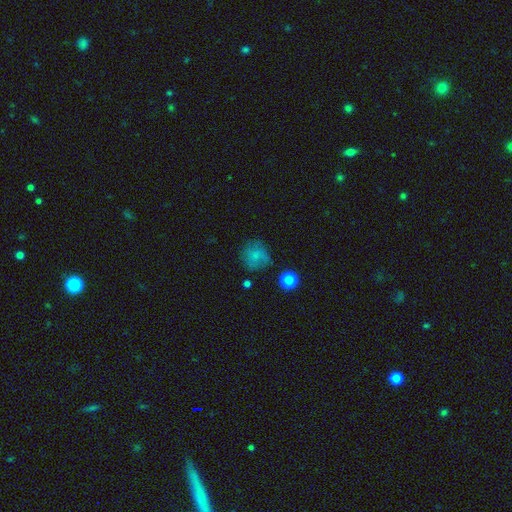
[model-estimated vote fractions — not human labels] smooth-or-featured: smooth: 75% | star or artifact: 13% | featured or disk: 12%
  how-rounded: round: 84% | in between: 15% | cigar-shaped: 1%
  merging: none: 64% | minor disturbance: 23% | major disturbance: 10% | merger: 3%